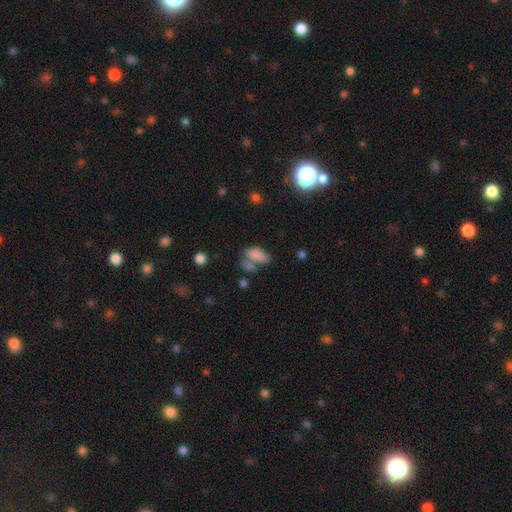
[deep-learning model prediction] A smooth galaxy with no disk features (78%) that is in between round and cigar-shaped (86%). Merging: merger (40%).